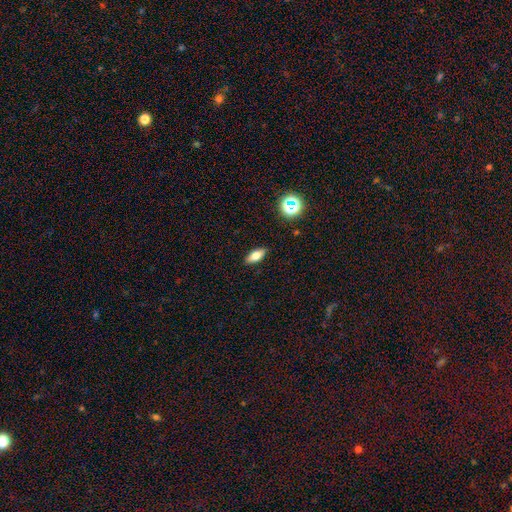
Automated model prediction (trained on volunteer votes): Q: Smooth or featured?
A: smooth (68%); runner-up: featured or disk (22%)
Q: How rounded?
A: in between (73%); runner-up: cigar-shaped (22%)
Q: Merging?
A: none (89%); runner-up: minor disturbance (8%)